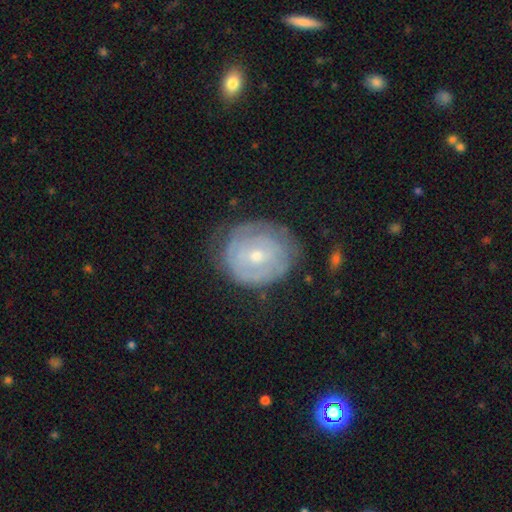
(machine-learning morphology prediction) Q: Smooth or featured?
A: featured or disk (70%); runner-up: smooth (23%)
Q: Edge-on disk?
A: no (97%); runner-up: yes (3%)
Q: Bar?
A: no (65%); runner-up: weak (29%)
Q: Spiral arms?
A: yes (77%); runner-up: no (23%)
Q: Spiral winding?
A: tight (78%); runner-up: medium (16%)
Q: Spiral arm count?
A: can't tell (56%); runner-up: 2 (22%)
Q: Bulge size?
A: small (58%); runner-up: moderate (39%)
Q: Merging?
A: none (69%); runner-up: minor disturbance (21%)